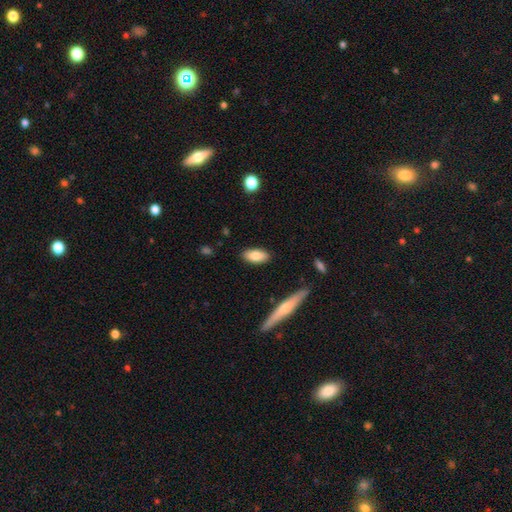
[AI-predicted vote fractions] Smooth or featured: smooth — 82% (featured or disk — 12%)
How rounded: in between — 87% (cigar-shaped — 11%)
Merging: none — 87% (minor disturbance — 10%)